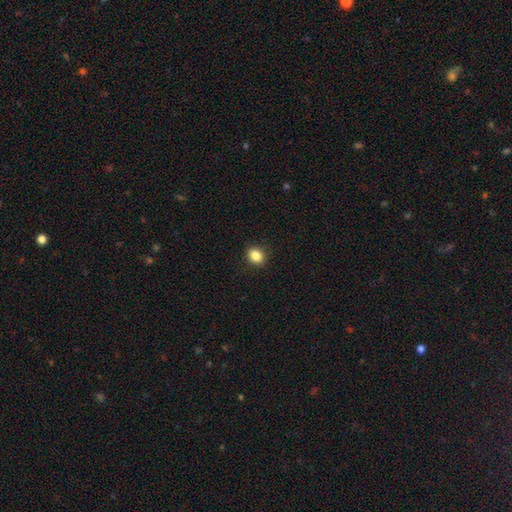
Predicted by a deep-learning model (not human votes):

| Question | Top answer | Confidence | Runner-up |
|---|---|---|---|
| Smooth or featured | smooth | 86% | star or artifact (10%) |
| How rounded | round | 54% | in between (45%) |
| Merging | none | 90% | minor disturbance (7%) |